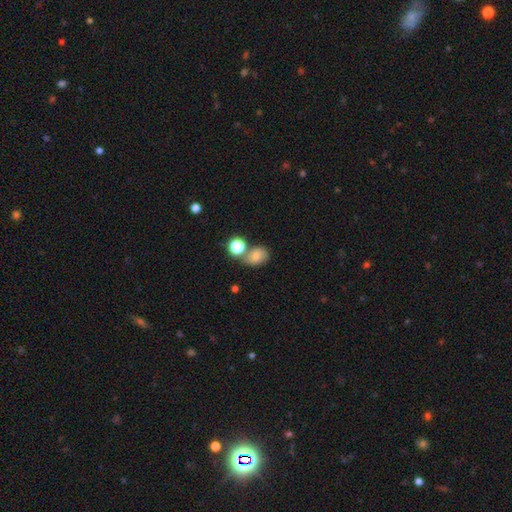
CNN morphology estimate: This is likely a smooth galaxy (70%). How rounded: possibly in between (56%). Merging: possibly none (53%).